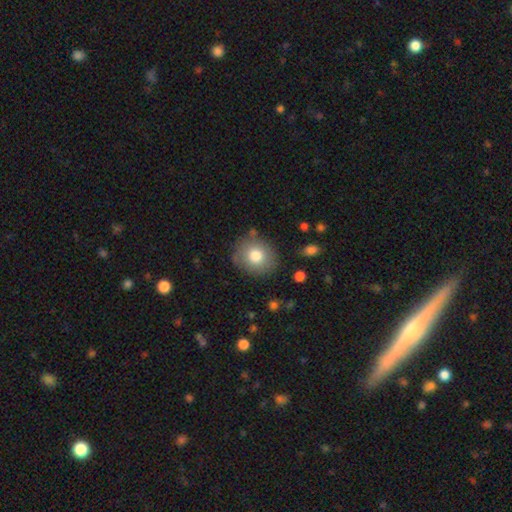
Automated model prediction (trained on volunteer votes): Smooth or featured: smooth — 78% (featured or disk — 13%)
How rounded: round — 82% (in between — 17%)
Merging: none — 82% (minor disturbance — 12%)